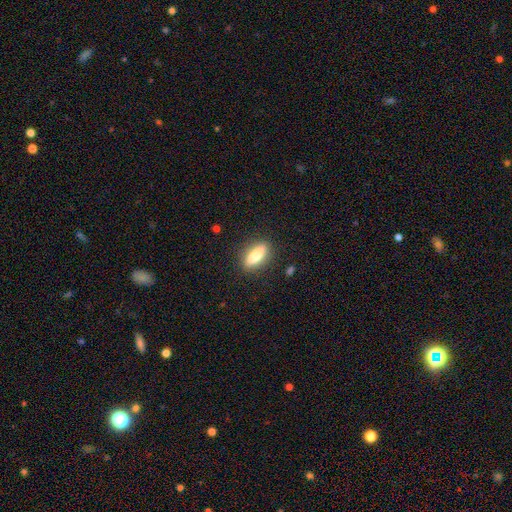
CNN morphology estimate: Smooth or featured: smooth — 74% (featured or disk — 20%)
How rounded: in between — 61% (cigar-shaped — 36%)
Merging: none — 87% (minor disturbance — 9%)